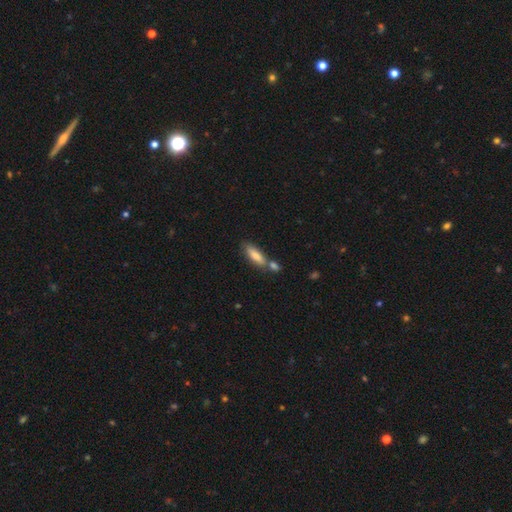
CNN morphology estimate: Smooth or featured: smooth — 79% (featured or disk — 15%)
How rounded: in between — 50% (cigar-shaped — 48%)
Merging: none — 53% (merger — 31%)